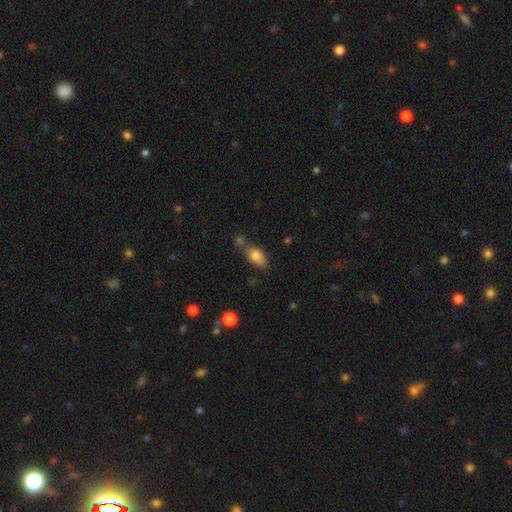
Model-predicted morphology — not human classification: smooth-or-featured: smooth: 79% | featured or disk: 12% | star or artifact: 8%
  how-rounded: in between: 85% | cigar-shaped: 9% | round: 6%
  merging: none: 53% | merger: 22% | minor disturbance: 19% | major disturbance: 6%